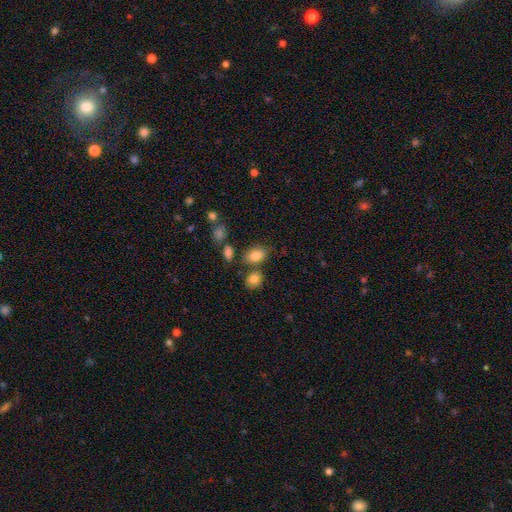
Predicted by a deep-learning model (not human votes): This appears to be a smooth galaxy with no disk features (82%) that is in between round and cigar-shaped (78%). Merging: none (67%).